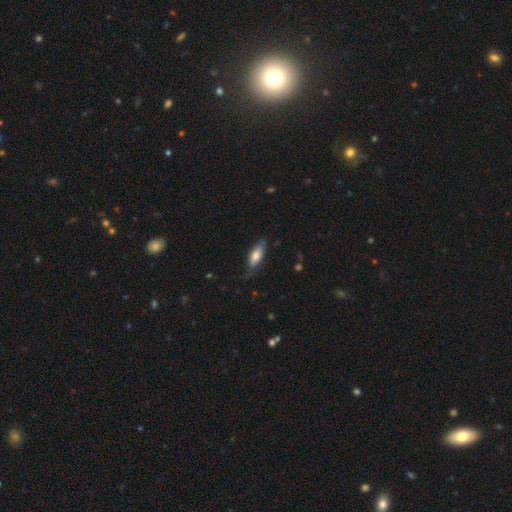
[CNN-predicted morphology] This is likely a smooth galaxy (72%). How rounded: likely in between (70%). Merging: likely none (67%).